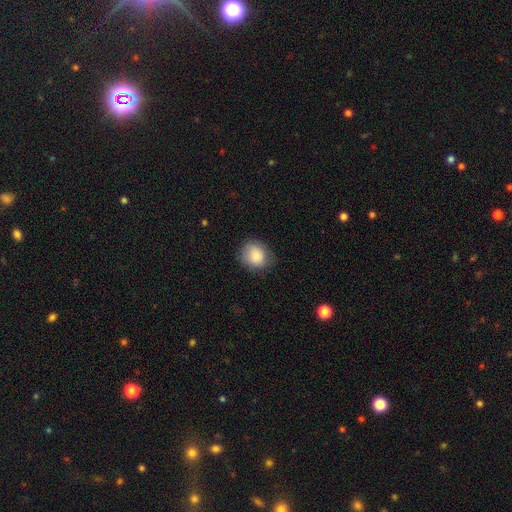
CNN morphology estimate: This appears to be a smooth galaxy with no disk features (87%) that is round (72%). Merging: none (78%).